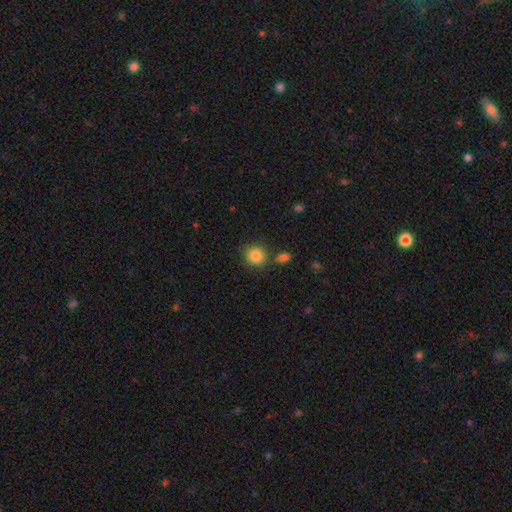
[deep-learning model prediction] Smooth or featured? Predicted: smooth (p=0.84). How rounded? Predicted: round (p=0.88). Merging? Predicted: none (p=0.81).